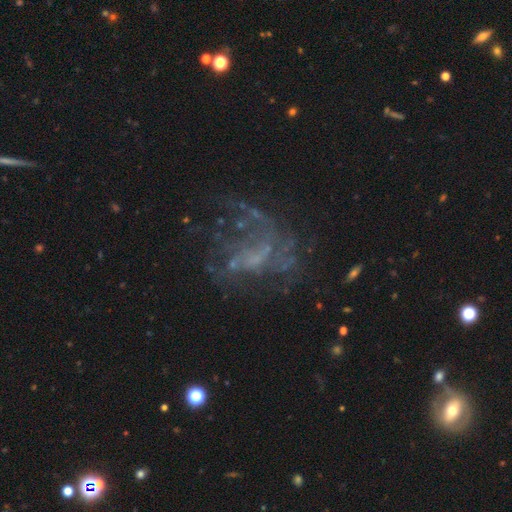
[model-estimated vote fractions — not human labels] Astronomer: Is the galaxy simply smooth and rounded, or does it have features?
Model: featured or disk — 65%.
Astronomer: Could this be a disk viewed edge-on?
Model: no — 97%.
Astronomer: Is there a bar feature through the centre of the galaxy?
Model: no — 69%.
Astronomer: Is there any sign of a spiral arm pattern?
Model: no — 52% (runner-up: yes, 48%).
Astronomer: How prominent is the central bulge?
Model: none — 62%.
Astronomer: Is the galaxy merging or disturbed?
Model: none — 44% (runner-up: major disturbance, 36%).